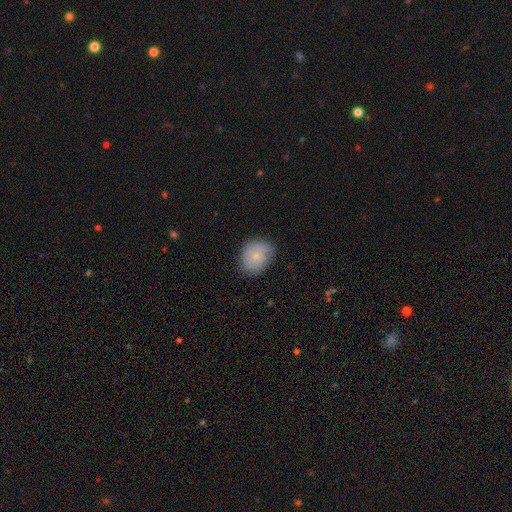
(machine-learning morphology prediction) smooth_or_featured: smooth (p=0.73) [alt: featured or disk p=0.20]
how_rounded: round (p=0.54) [alt: in between p=0.45]
merging: none (p=0.76) [alt: minor disturbance p=0.19]